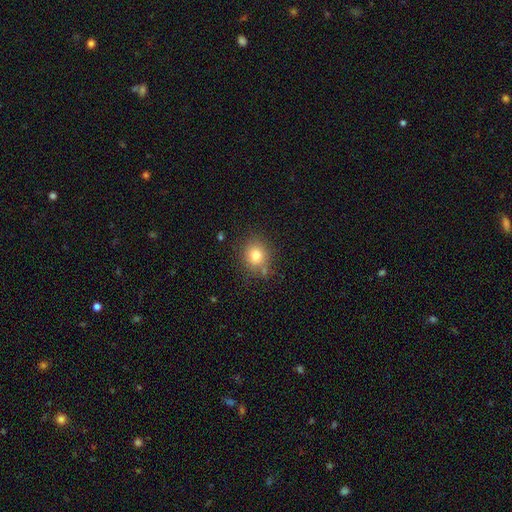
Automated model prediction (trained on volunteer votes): Smooth or featured: smooth — 78% (star or artifact — 13%)
How rounded: round — 83% (in between — 16%)
Merging: none — 80% (minor disturbance — 12%)